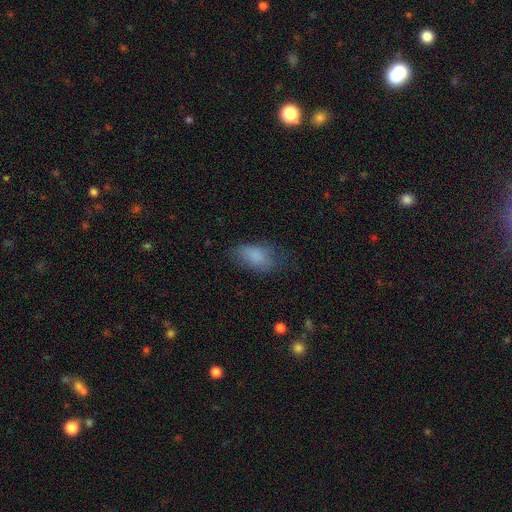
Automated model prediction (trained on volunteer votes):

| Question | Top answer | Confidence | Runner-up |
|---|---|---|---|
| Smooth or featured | smooth | 81% | featured or disk (10%) |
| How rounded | in between | 91% | round (5%) |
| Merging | none | 56% | minor disturbance (28%) |